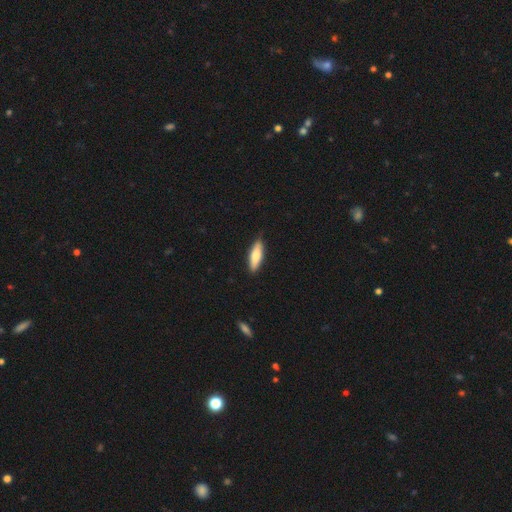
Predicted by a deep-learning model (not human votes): A smooth galaxy with no disk features (75%) that is cigar-shaped (53%). Merging: none (86%).